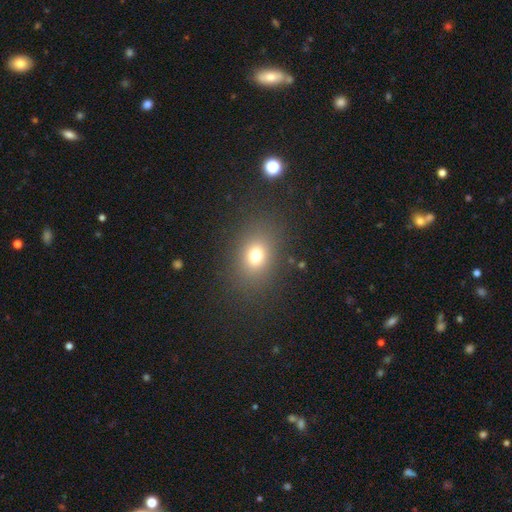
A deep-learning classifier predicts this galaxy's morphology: smooth-or-featured: smooth: 73% | star or artifact: 16% | featured or disk: 11%
  how-rounded: in between: 59% | round: 39% | cigar-shaped: 1%
  merging: none: 84% | minor disturbance: 9% | major disturbance: 6% | merger: 2%